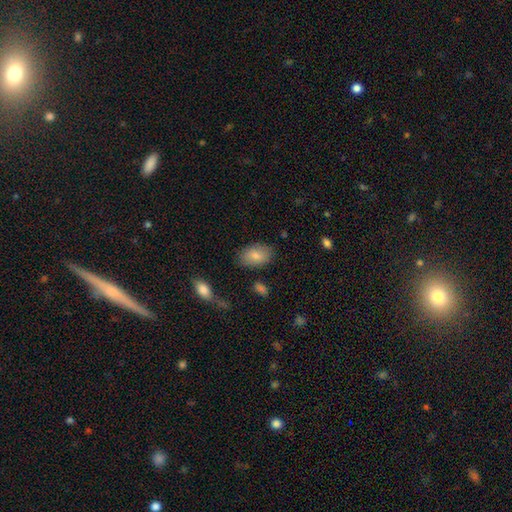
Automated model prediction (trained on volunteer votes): Smooth or featured? smooth (83%)
How rounded? in between (90%)
Merging? none (81%)